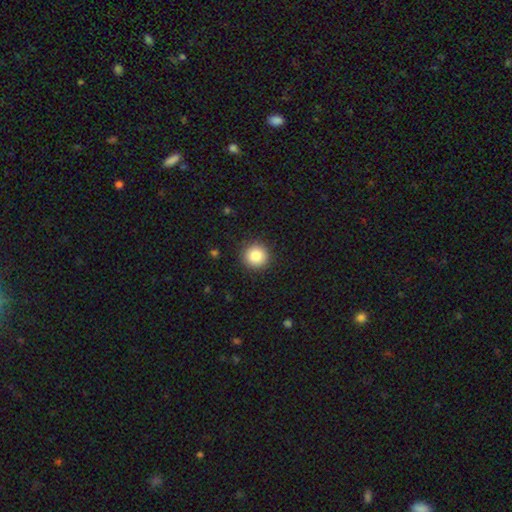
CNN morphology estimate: smooth 86%, star or artifact 9%, featured or disk 5%. Down the decision tree: how rounded — round (94%); merging — none (91%).